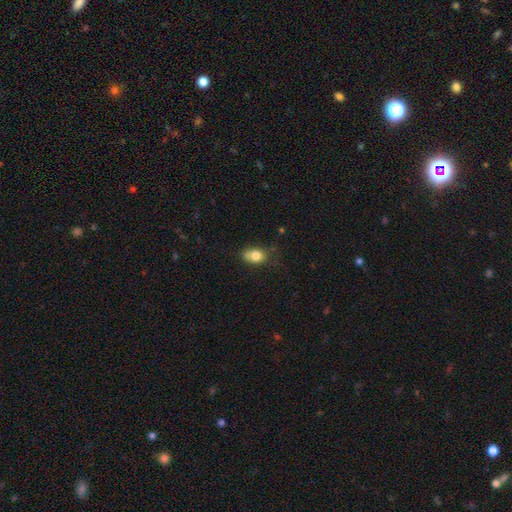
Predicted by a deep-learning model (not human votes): Smooth or featured?
  - smooth: 78% *
  - featured or disk: 13%
  - star or artifact: 10%
How rounded?
  - in between: 66% *
  - round: 33%
  - cigar-shaped: 2%
Merging?
  - none: 50% *
  - minor disturbance: 32%
  - major disturbance: 10%
  - merger: 9%